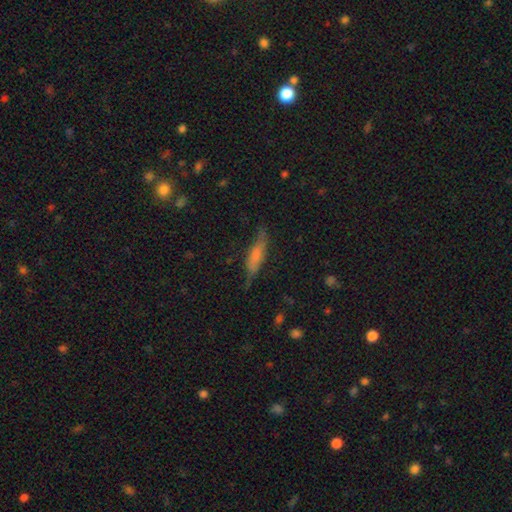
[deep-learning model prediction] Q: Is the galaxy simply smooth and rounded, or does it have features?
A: smooth — 59%.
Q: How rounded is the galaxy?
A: cigar-shaped — 69%.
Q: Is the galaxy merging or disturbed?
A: none — 61%.